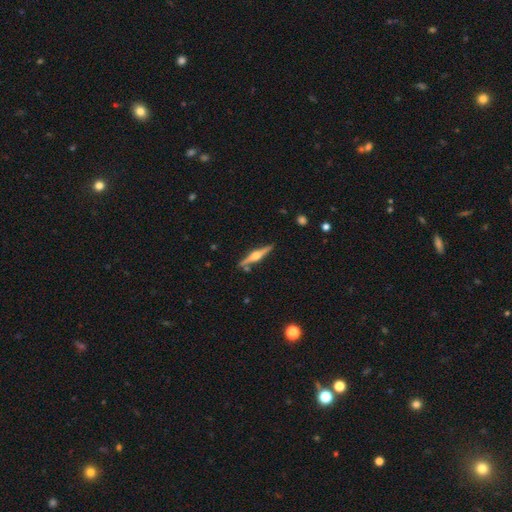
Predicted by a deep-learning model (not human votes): featured or disk 78%, smooth 17%, star or artifact 5%. Down the decision tree: edge-on disk — yes (98%); edge-on bulge — rounded (95%); merging — none (86%).